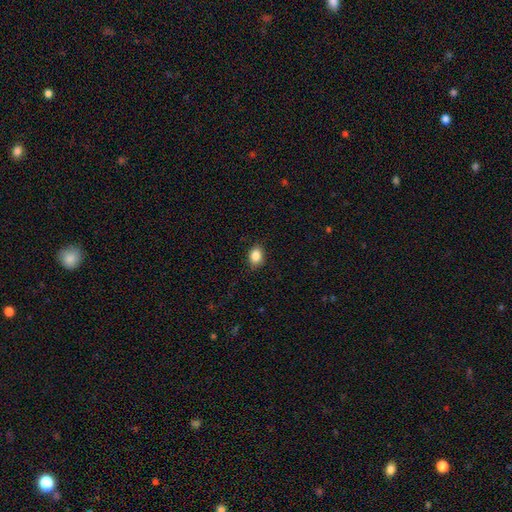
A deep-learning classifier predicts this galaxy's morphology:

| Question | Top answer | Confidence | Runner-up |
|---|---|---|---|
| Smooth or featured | smooth | 86% | star or artifact (9%) |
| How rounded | in between | 65% | round (34%) |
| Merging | none | 86% | minor disturbance (11%) |